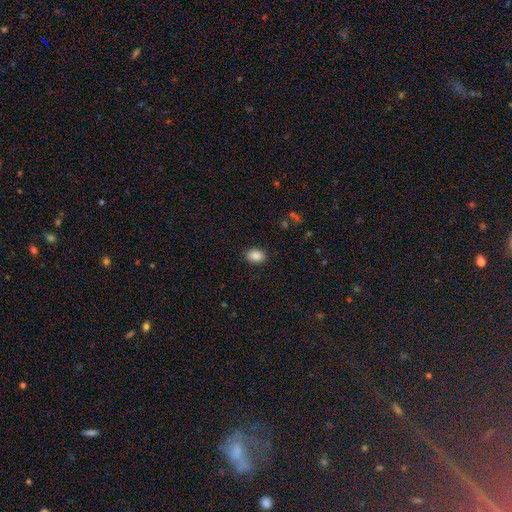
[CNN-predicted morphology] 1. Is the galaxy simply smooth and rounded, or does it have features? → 88% smooth, 8% star or artifact, 4% featured or disk.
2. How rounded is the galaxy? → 79% in between, 20% round, 1% cigar-shaped.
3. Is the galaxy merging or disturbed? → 88% none, 8% minor disturbance, 2% major disturbance, 1% merger.